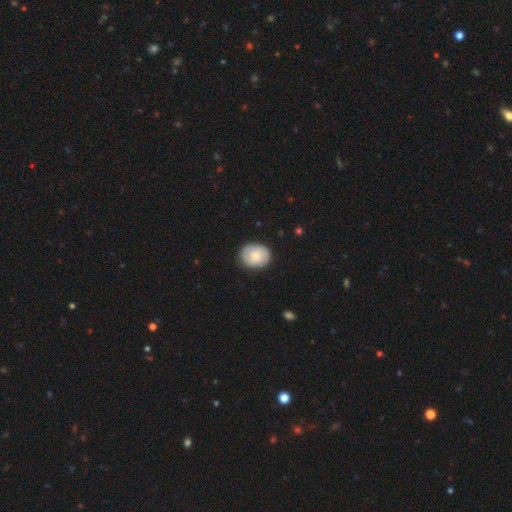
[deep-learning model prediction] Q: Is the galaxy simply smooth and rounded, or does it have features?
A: smooth — 66%.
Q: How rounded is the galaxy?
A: round — 59%.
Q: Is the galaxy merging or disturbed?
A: none — 85%.